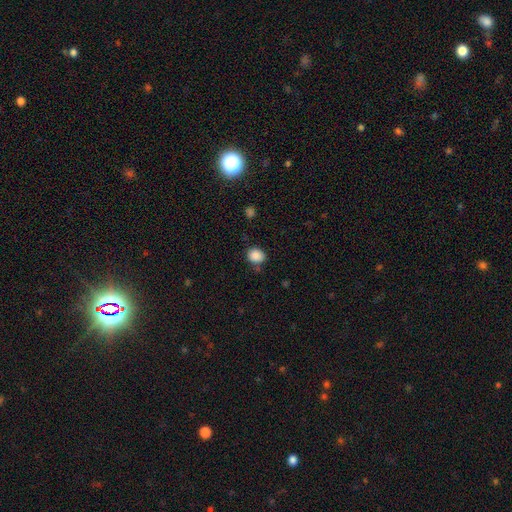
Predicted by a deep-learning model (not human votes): The model was most divided on "how rounded": round: 63%, in between: 37%, cigar-shaped: 1%. More confident: smooth or featured — smooth (87%); merging — none (76%).